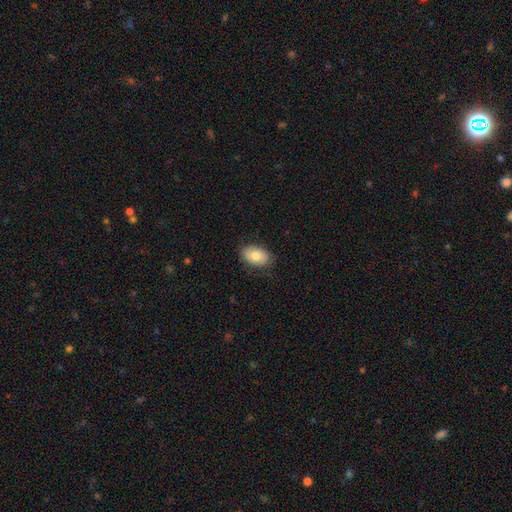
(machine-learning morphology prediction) This is likely a smooth galaxy (76%). How rounded: clearly in between (90%). Merging: clearly none (82%).